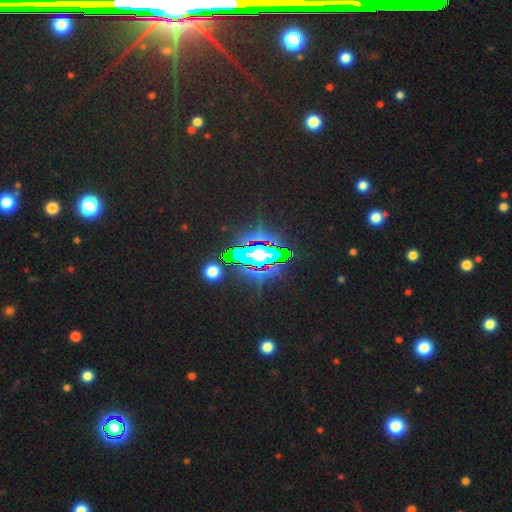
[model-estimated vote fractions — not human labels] Morphology: type=star or artifact (79%).